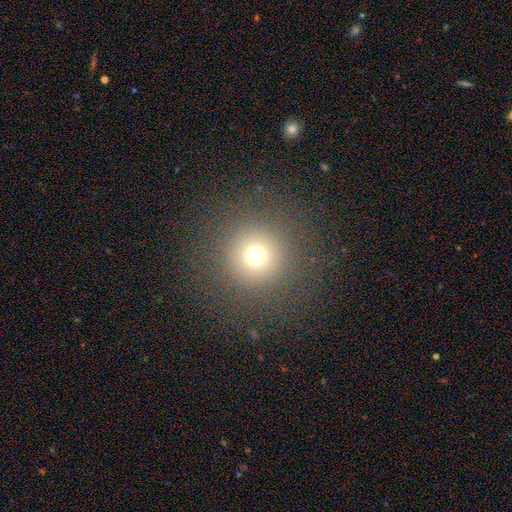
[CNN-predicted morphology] A smooth galaxy with no disk features (70%) that is round (96%). Merging: none (88%).